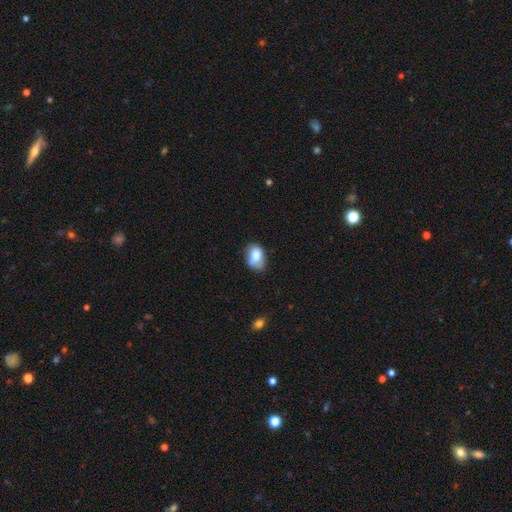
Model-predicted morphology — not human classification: A smooth galaxy with no disk features (75%) that is in between round and cigar-shaped (77%).

Vote fractions:
- Smooth or featured? smooth: 75% / featured or disk: 15% / star or artifact: 10%
- How rounded? in between: 77% / round: 22% / cigar-shaped: 1%
- Merging? none: 39% / minor disturbance: 34% / major disturbance: 13% / merger: 13%